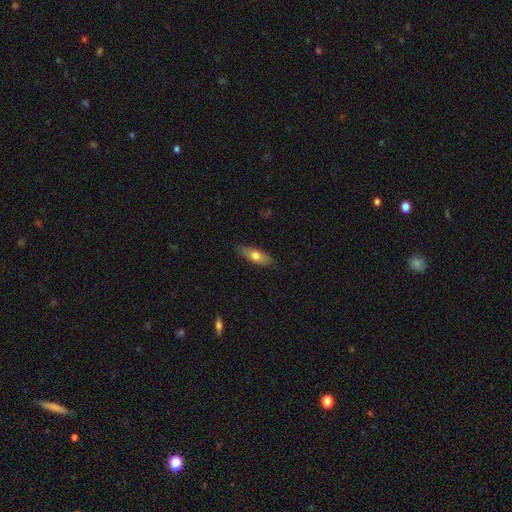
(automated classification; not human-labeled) Smooth or featured: smooth — 67% (featured or disk — 27%)
How rounded: in between — 63% (cigar-shaped — 34%)
Merging: none — 86% (minor disturbance — 11%)